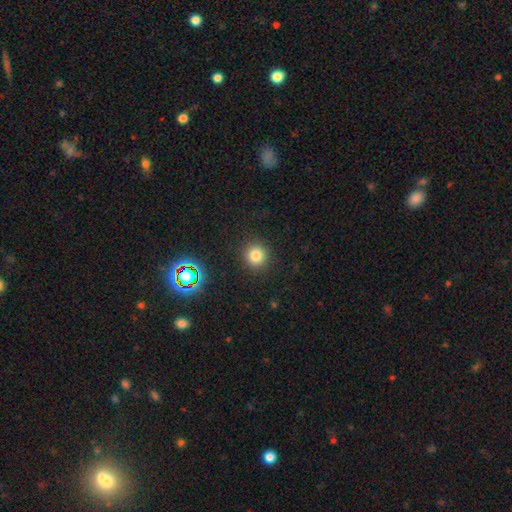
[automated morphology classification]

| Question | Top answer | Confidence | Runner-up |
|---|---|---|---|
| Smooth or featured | smooth | 79% | star or artifact (15%) |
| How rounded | round | 92% | in between (7%) |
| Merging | none | 90% | minor disturbance (6%) |